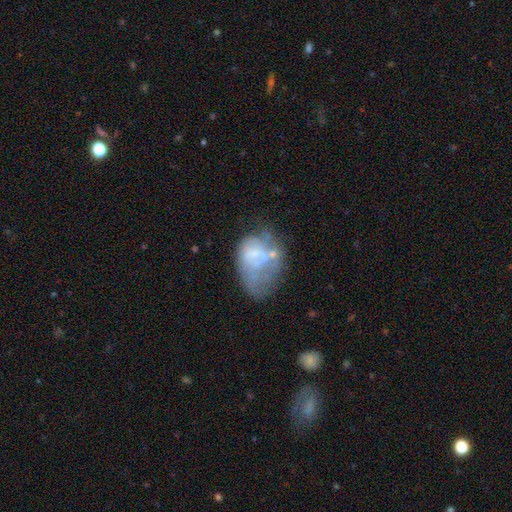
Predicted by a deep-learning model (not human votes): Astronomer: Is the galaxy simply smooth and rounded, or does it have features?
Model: featured or disk — 50% (runner-up: smooth, 40%).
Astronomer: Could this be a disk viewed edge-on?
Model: no — 98%.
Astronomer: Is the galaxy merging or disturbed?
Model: major disturbance — 37% (runner-up: none, 24%).